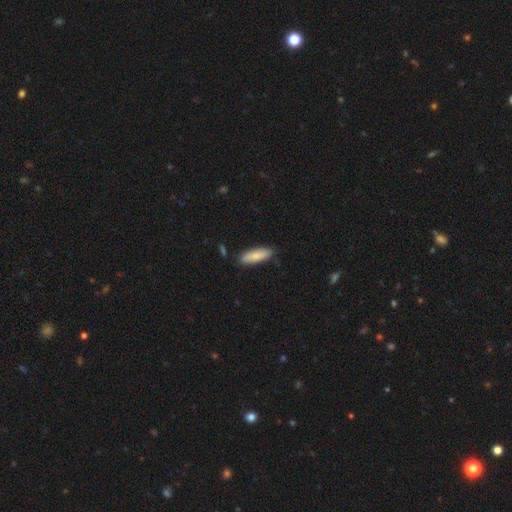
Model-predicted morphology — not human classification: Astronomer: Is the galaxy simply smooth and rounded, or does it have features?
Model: smooth — 80%.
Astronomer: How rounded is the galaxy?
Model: in between — 58% (runner-up: cigar-shaped, 40%).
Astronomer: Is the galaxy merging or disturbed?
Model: none — 84%.